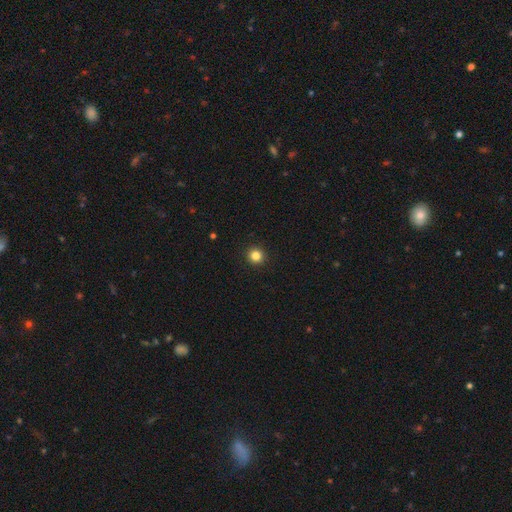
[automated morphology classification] This appears to be a smooth galaxy with no disk features (84%) that is round (95%). Merging: none (94%).